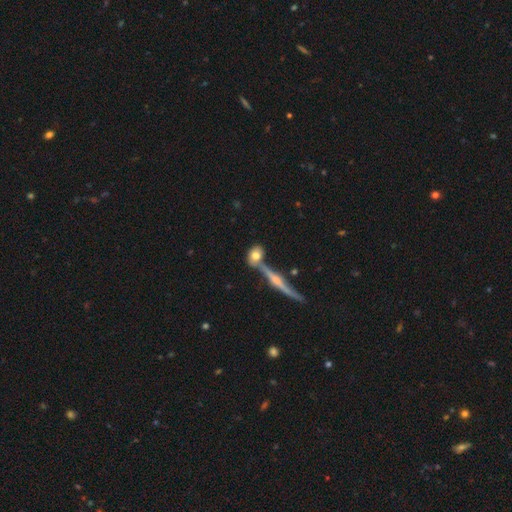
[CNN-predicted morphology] Overall: smooth (66%). How rounded: round (54%; in between 36%). Merging: none (52%; merger 29%).